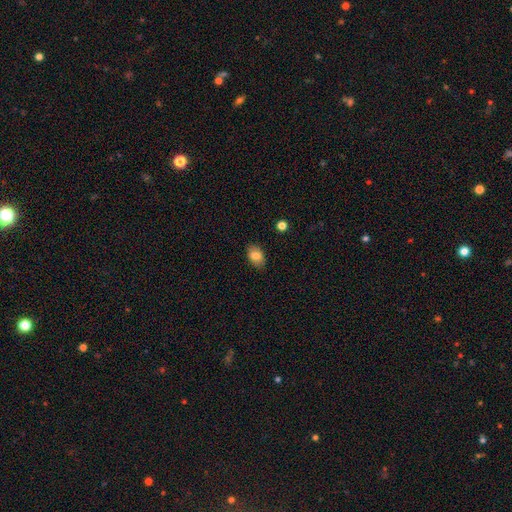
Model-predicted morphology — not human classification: Smooth or featured? smooth (82%)
How rounded? in between (84%)
Merging? none (85%)